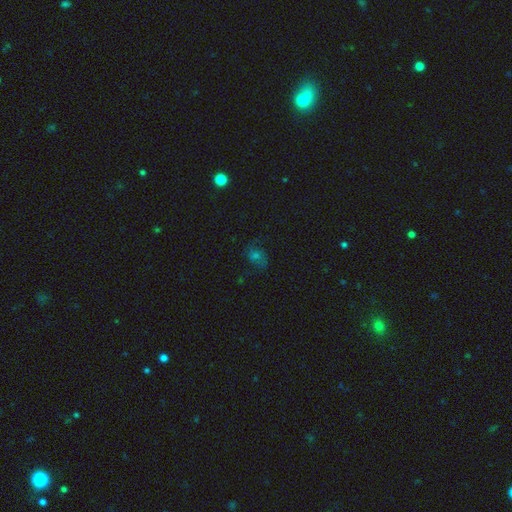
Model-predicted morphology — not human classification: This appears to be a featured or disk galaxy (36%). Merging: none (65%).